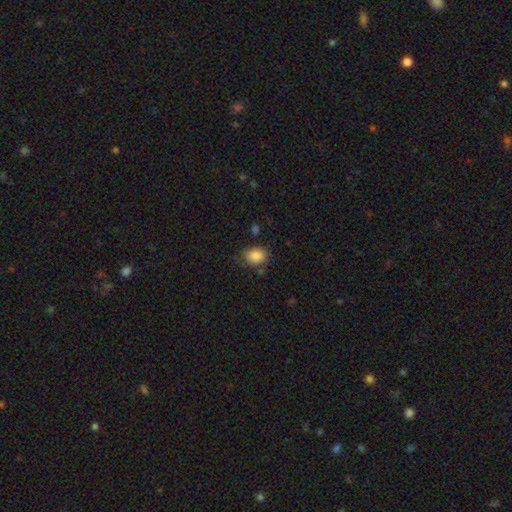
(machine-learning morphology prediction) smooth 87%, star or artifact 8%, featured or disk 5%. Down the decision tree: how rounded — in between (67%); merging — none (69%).